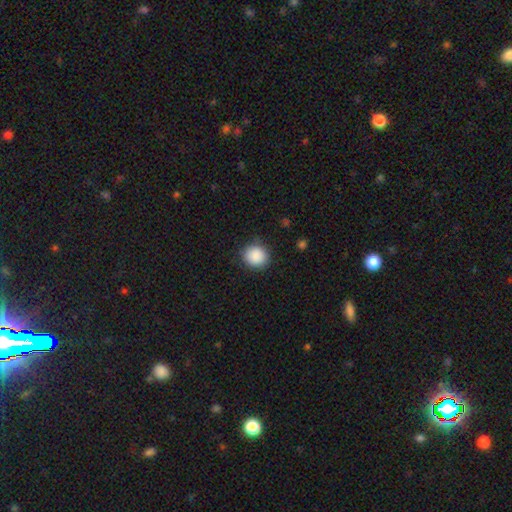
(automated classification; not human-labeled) Smooth or featured: smooth — 89% (star or artifact — 8%)
How rounded: round — 87% (in between — 12%)
Merging: none — 87% (minor disturbance — 9%)